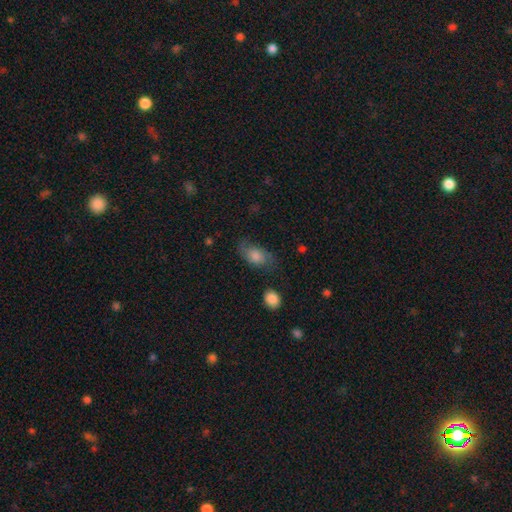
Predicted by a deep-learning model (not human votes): smooth-or-featured: smooth: 57% | featured or disk: 32% | star or artifact: 10%
  how-rounded: in between: 82% | round: 15% | cigar-shaped: 3%
  merging: none: 64% | minor disturbance: 23% | major disturbance: 10% | merger: 2%